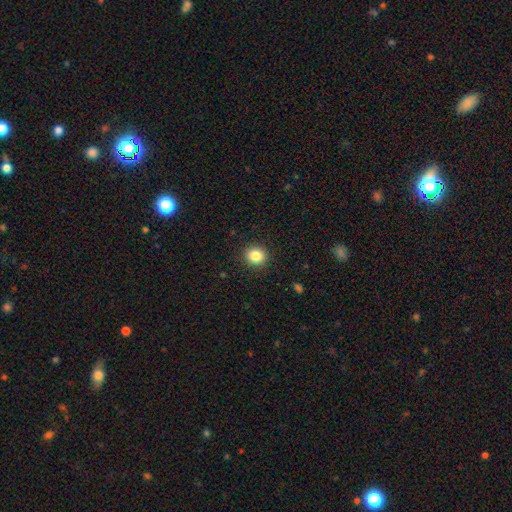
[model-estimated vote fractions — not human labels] This appears to be a smooth galaxy with no disk features (85%) that is round (87%). Merging: none (91%).